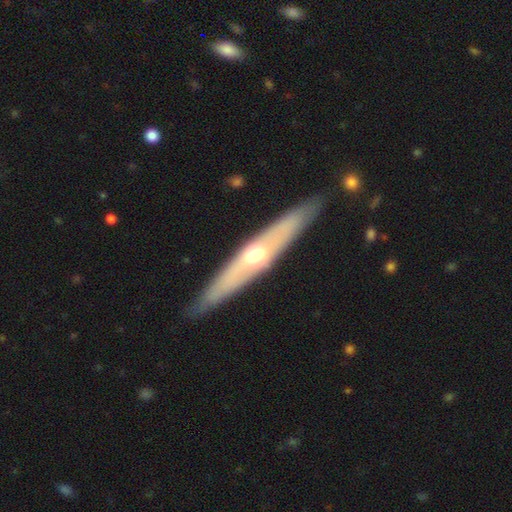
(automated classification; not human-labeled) Q: Smooth or featured?
A: featured or disk (58%); runner-up: smooth (36%)
Q: Edge-on disk?
A: yes (84%); runner-up: no (16%)
Q: Merging?
A: none (88%); runner-up: minor disturbance (9%)